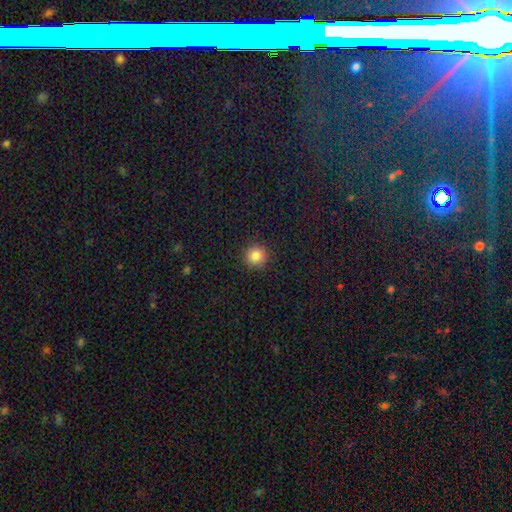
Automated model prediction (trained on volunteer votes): Smooth or featured? Predicted: smooth (p=0.84). How rounded? Predicted: round (p=0.94). Merging? Predicted: none (p=0.91).